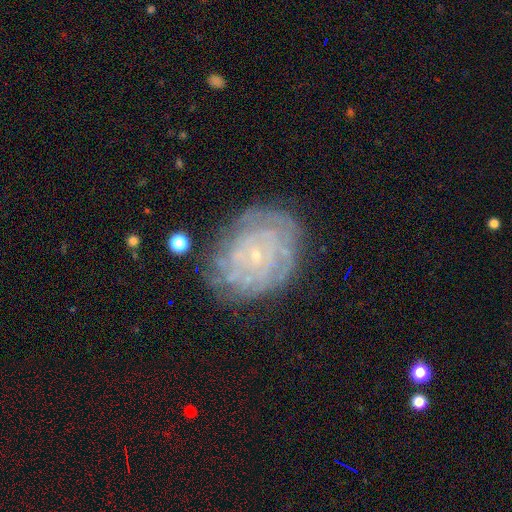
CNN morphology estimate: smooth-or-featured: featured or disk: 77% | smooth: 15% | star or artifact: 8%
  disk-edge-on: no: 97% | yes: 3%
    bar: no: 83% | weak: 13% | strong: 3%
    has-spiral-arms: yes: 86% | no: 14%
      spiral-winding: tight: 82% | medium: 14% | loose: 4%
      spiral-arm-count: can't tell: 49% | 4: 14% | more than 4: 12% | 3: 10% | 2: 9% | 1: 6%
    bulge-size: small: 88% | moderate: 8% | none: 3% | large: 1% | dominant: 1%
  merging: none: 74% | minor disturbance: 17% | major disturbance: 7% | merger: 2%